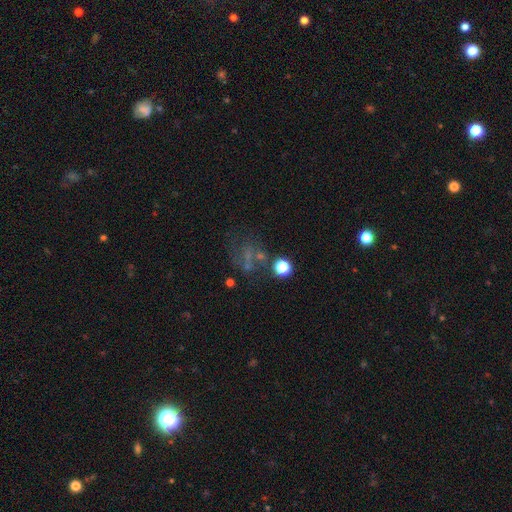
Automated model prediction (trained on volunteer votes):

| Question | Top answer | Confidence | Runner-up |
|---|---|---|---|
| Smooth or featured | star or artifact | 38% | smooth (35%) |